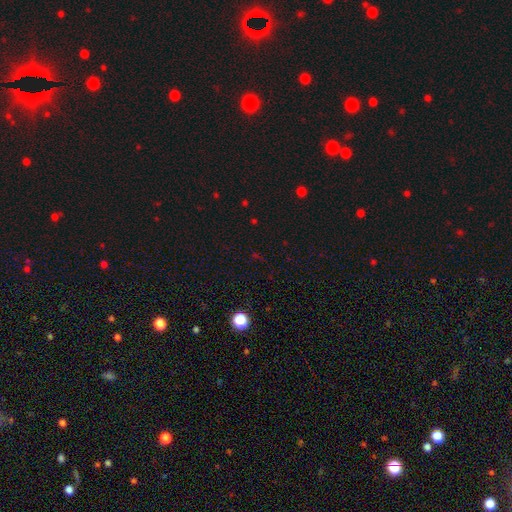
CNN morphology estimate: Smooth or featured: star or artifact — 69% (smooth — 24%)